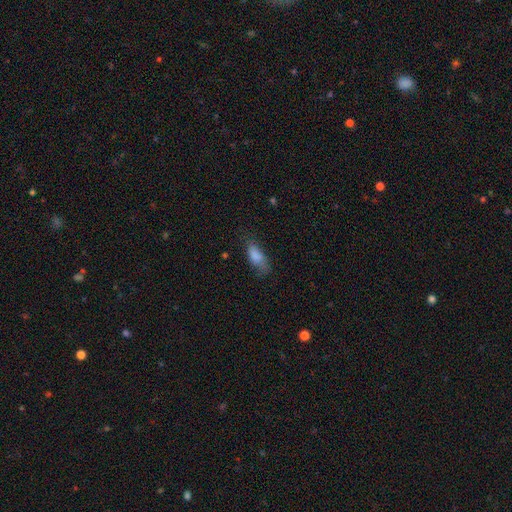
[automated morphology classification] smooth 81%, featured or disk 11%, star or artifact 9%. Down the decision tree: how rounded — in between (83%); merging — none (52%).